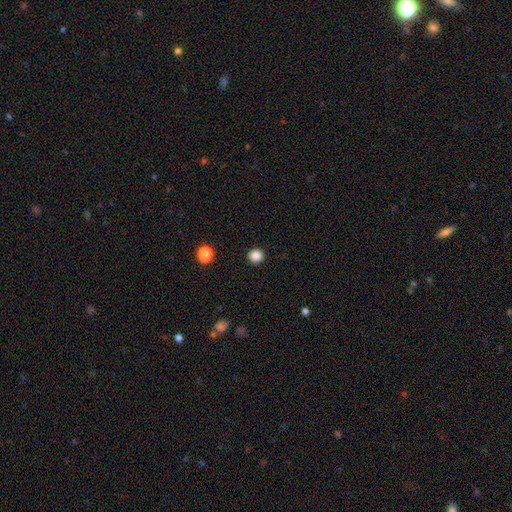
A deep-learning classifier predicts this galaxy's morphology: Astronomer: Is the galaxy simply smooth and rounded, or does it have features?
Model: smooth — 86%.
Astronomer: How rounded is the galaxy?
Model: round — 95%.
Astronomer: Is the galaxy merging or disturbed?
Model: none — 93%.